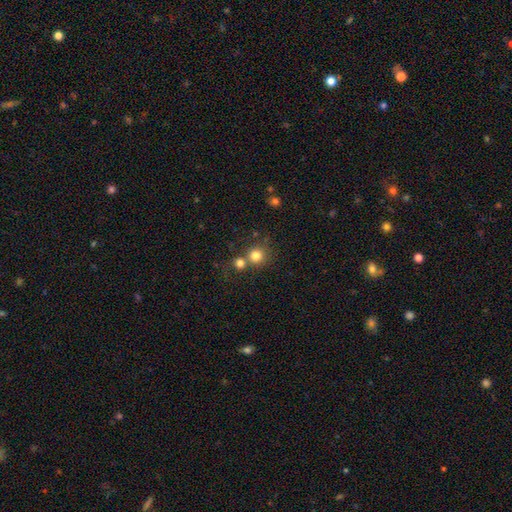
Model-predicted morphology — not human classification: A smooth galaxy with no disk features (79%) that is round (91%).

Vote fractions:
- Smooth or featured? smooth: 79% / star or artifact: 13% / featured or disk: 8%
- How rounded? round: 91% / in between: 8% / cigar-shaped: 1%
- Merging? none: 57% / merger: 32% / minor disturbance: 7% / major disturbance: 4%